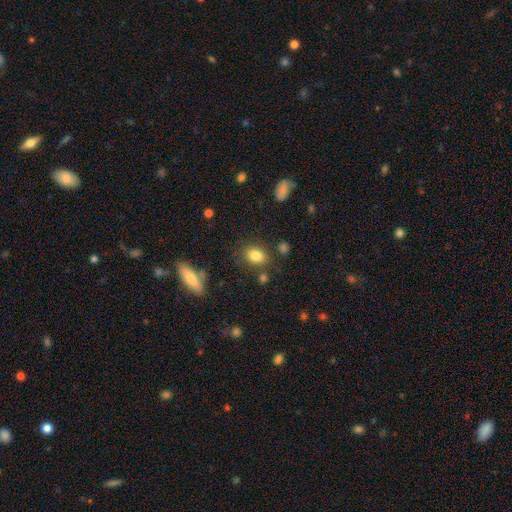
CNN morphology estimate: Smooth or featured?
  - smooth: 83% *
  - star or artifact: 10%
  - featured or disk: 7%
How rounded?
  - in between: 68% *
  - round: 30%
  - cigar-shaped: 2%
Merging?
  - none: 78% *
  - minor disturbance: 13%
  - merger: 5%
  - major disturbance: 4%